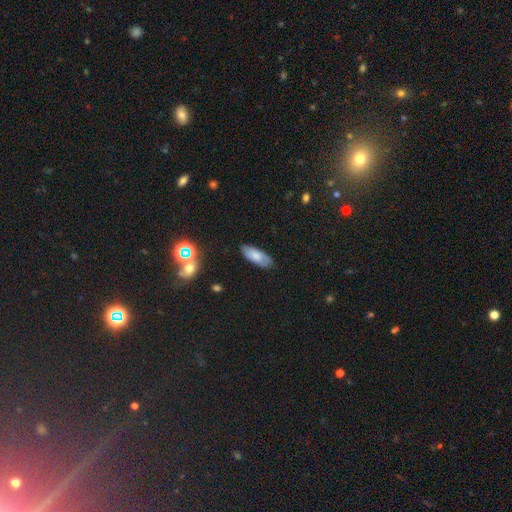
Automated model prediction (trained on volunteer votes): A smooth galaxy with no disk features (75%) that is in between round and cigar-shaped (76%). Merging: none (80%).